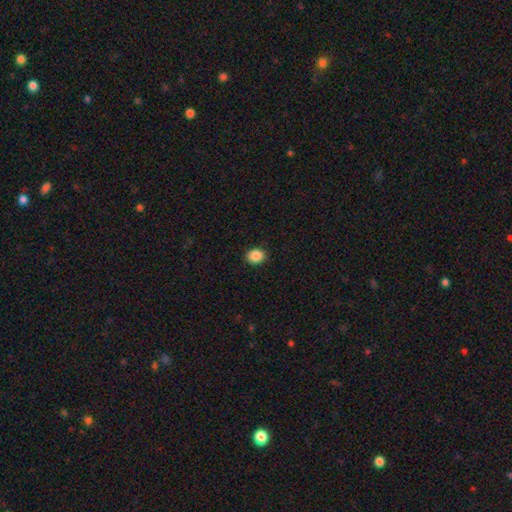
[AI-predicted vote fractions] smooth 88%, star or artifact 9%, featured or disk 3%. Down the decision tree: how rounded — round (63%); merging — none (90%).